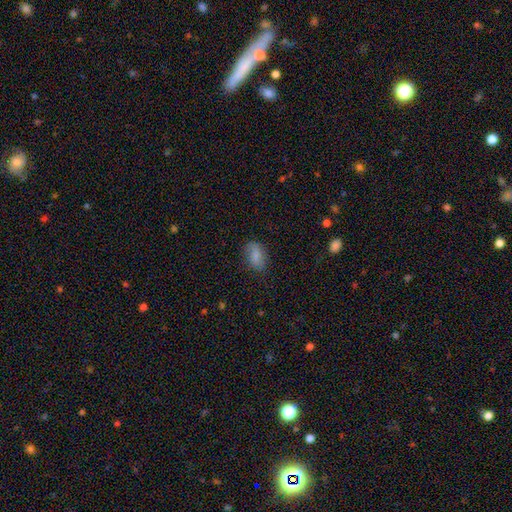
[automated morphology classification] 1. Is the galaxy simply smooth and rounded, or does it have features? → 80% smooth, 11% featured or disk, 9% star or artifact.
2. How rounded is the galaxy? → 88% in between, 9% round, 3% cigar-shaped.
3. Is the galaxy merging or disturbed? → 75% none, 19% minor disturbance, 5% major disturbance, 1% merger.